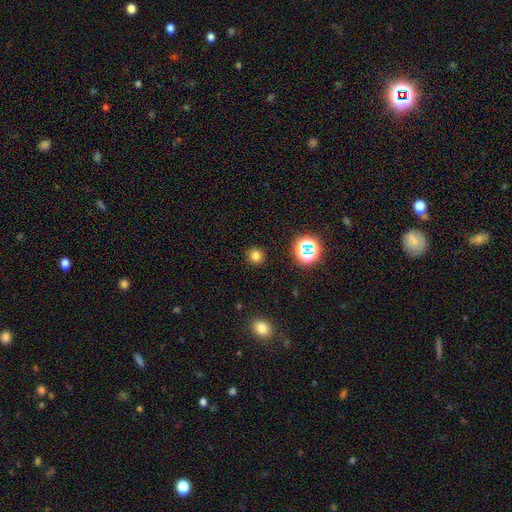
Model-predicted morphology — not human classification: Q: Smooth or featured?
A: smooth (76%); runner-up: star or artifact (19%)
Q: How rounded?
A: round (90%); runner-up: in between (9%)
Q: Merging?
A: none (90%); runner-up: minor disturbance (6%)